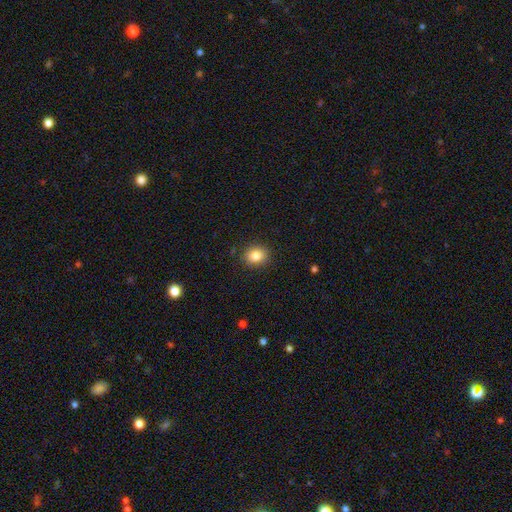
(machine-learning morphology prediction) This appears to be a smooth galaxy with no disk features (83%) that is round (72%). Merging: none (89%).